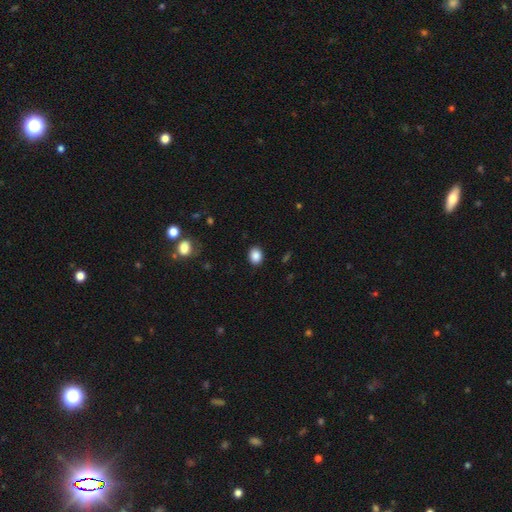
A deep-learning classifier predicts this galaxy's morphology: Overall: smooth (88%). How rounded: in between (50%; round 49%). Merging: none (89%).